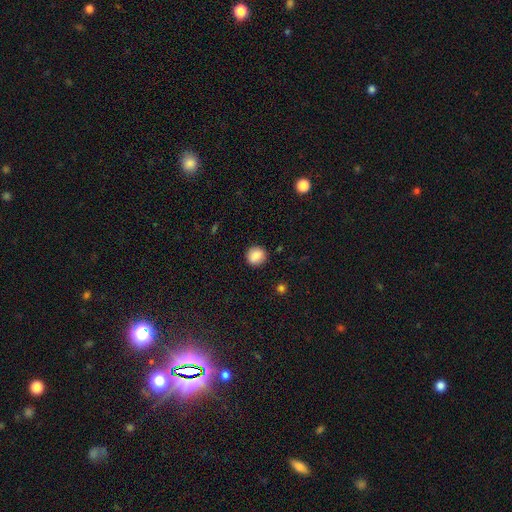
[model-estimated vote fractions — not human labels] This appears to be a smooth galaxy with no disk features (86%) that is round (88%). Merging: none (90%).